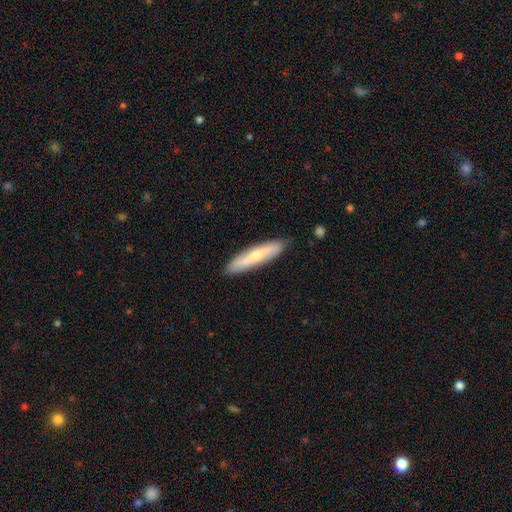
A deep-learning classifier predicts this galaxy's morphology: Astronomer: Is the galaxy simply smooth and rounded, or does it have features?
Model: smooth — 53% (runner-up: featured or disk, 41%).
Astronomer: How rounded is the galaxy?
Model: cigar-shaped — 83%.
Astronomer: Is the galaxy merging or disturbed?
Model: none — 85%.